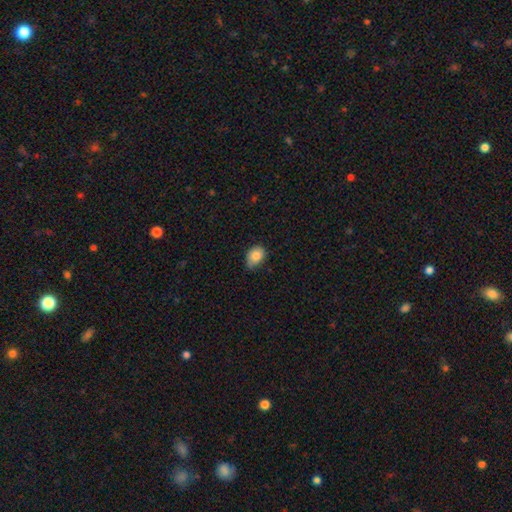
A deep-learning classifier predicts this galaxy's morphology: smooth_or_featured: smooth (p=0.84) [alt: star or artifact p=0.09]
how_rounded: in between (p=0.70) [alt: round p=0.29]
merging: none (p=0.57) [alt: minor disturbance p=0.37]